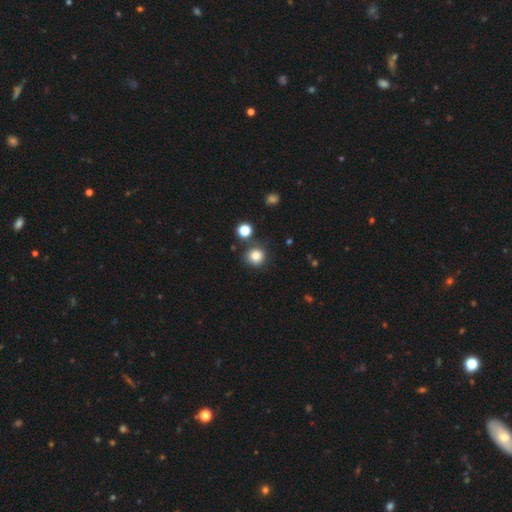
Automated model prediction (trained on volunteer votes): This appears to be a smooth galaxy with no disk features (84%) that is round (91%). Merging: none (81%).